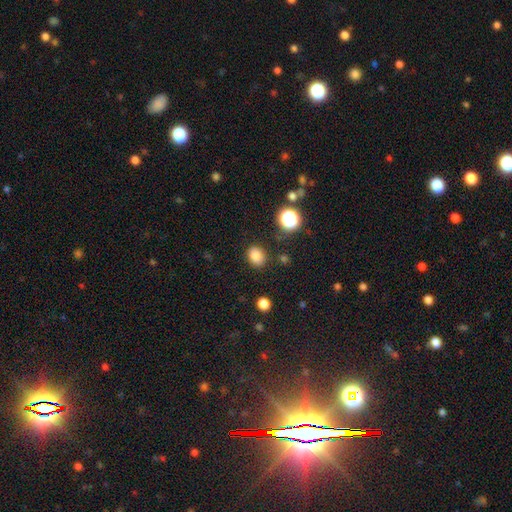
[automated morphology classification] type=smooth (82%); roundness=in between (52%); merging=none (84%).